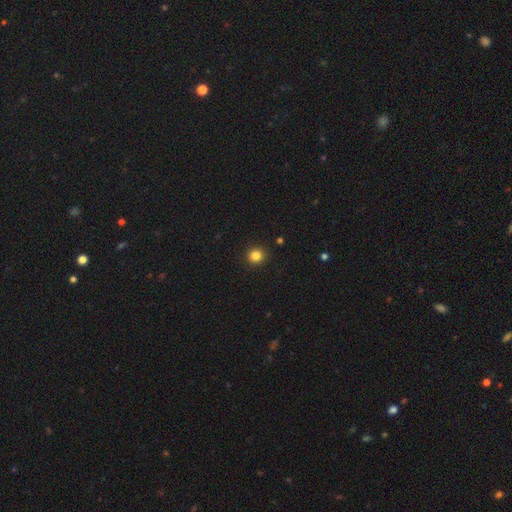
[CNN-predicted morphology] The model was most divided on "smooth or featured": smooth: 84%, star or artifact: 12%, featured or disk: 4%. More confident: merging — none (92%); how rounded — round (91%).